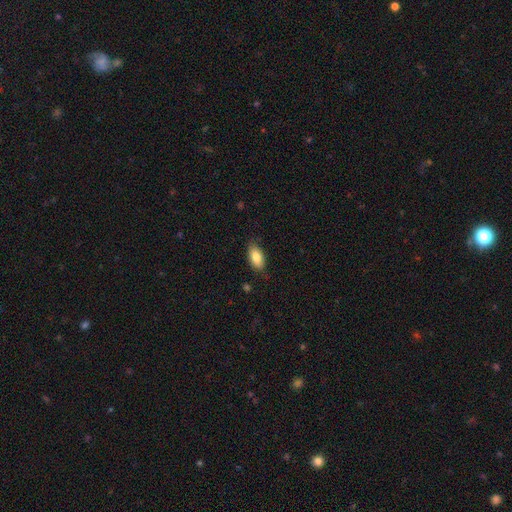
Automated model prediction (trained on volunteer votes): smooth-or-featured: smooth: 84% | featured or disk: 9% | star or artifact: 7%
  how-rounded: in between: 92% | cigar-shaped: 4% | round: 4%
  merging: none: 81% | minor disturbance: 15% | major disturbance: 3% | merger: 1%